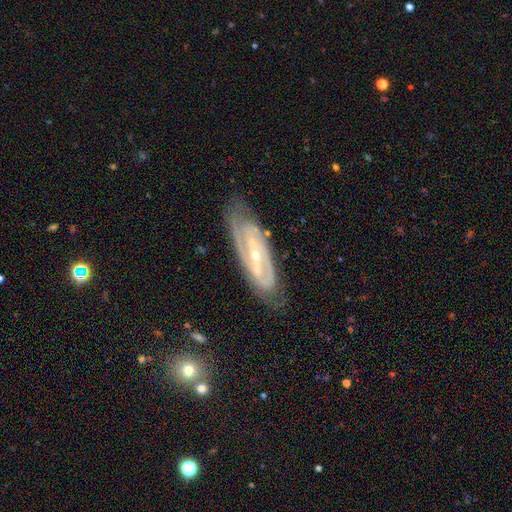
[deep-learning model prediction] This appears to be a featured or disk galaxy (88%) with a strong bar (41%), 2 (73%) tight (53%) spiral arms (95%) and a small central bulge (77%). Merging: none (79%).